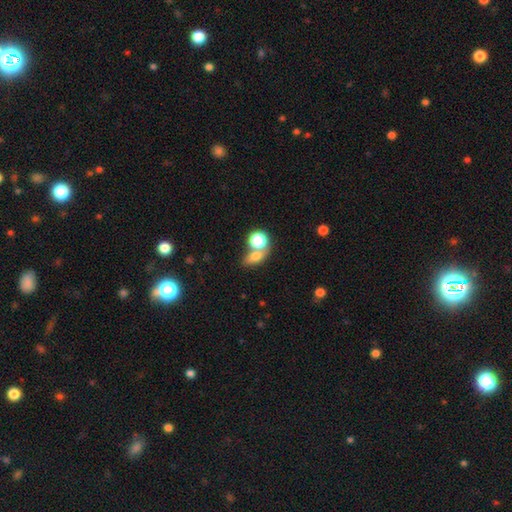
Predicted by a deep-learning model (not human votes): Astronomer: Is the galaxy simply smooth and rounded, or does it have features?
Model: smooth — 71%.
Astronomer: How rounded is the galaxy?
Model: in between — 62%.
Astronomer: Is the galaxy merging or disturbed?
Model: none — 43% (runner-up: merger, 41%).